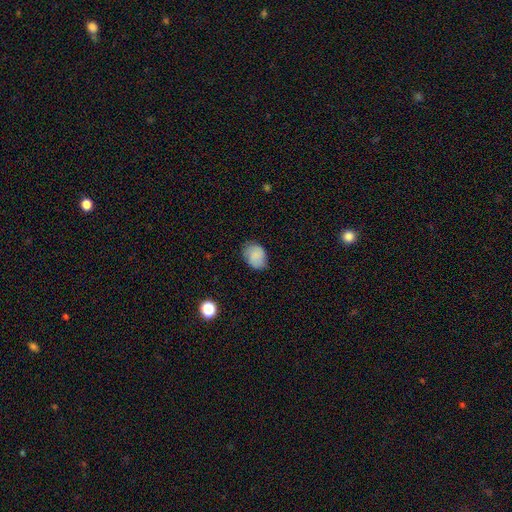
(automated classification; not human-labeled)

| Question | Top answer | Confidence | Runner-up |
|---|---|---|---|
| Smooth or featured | smooth | 82% | featured or disk (9%) |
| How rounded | in between | 67% | round (33%) |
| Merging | none | 71% | minor disturbance (23%) |